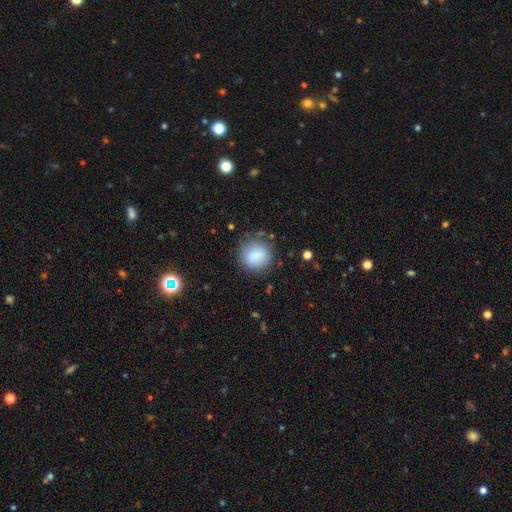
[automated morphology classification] The model was most divided on "merging": none: 77%, minor disturbance: 15%, major disturbance: 6%, merger: 2%. More confident: how rounded — round (84%); smooth or featured — smooth (84%).